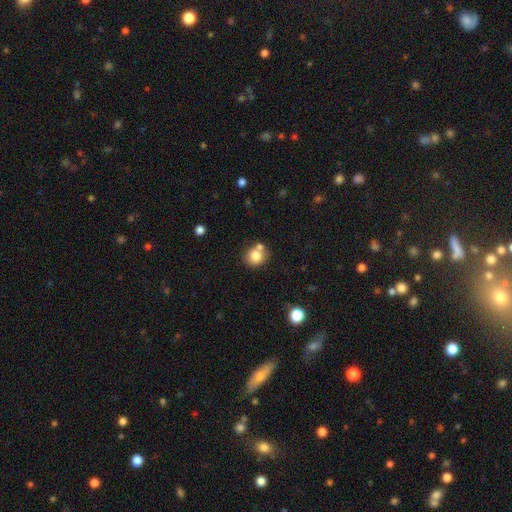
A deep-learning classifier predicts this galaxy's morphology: The model was most divided on "merging": none: 62%, merger: 24%, minor disturbance: 11%, major disturbance: 3%. More confident: how rounded — round (84%); smooth or featured — smooth (80%).